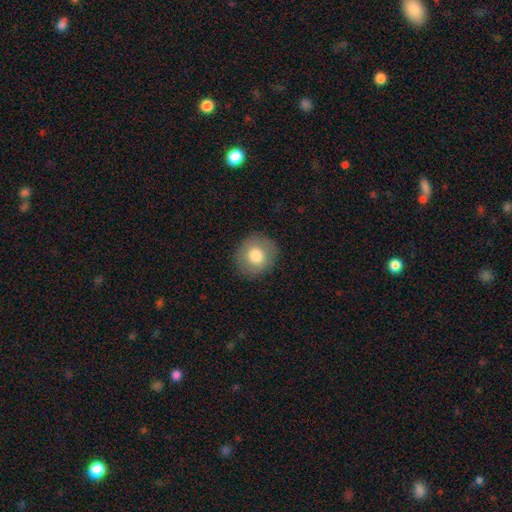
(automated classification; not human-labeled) The model was most divided on "smooth or featured": smooth: 76%, featured or disk: 16%, star or artifact: 8%. More confident: merging — none (88%); how rounded — round (85%).